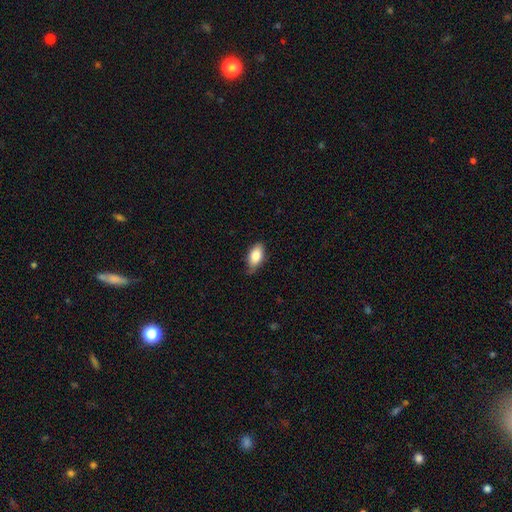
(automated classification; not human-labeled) Smooth or featured? smooth (82%)
How rounded? in between (90%)
Merging? none (65%)